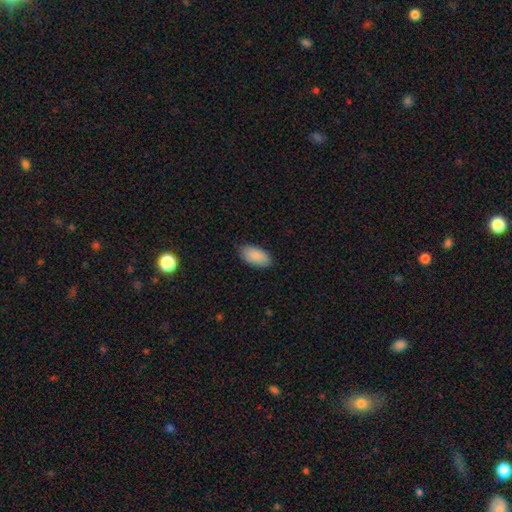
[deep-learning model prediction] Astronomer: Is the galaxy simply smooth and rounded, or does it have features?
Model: smooth — 89%.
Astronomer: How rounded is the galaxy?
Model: in between — 95%.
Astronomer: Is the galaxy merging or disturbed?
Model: none — 86%.